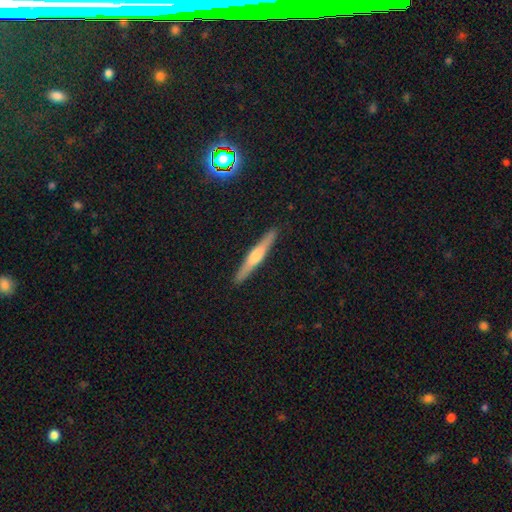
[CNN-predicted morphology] type=featured or disk (64%); edge-on=yes (97%); edge-on bulge=rounded (81%); merging=none (92%).